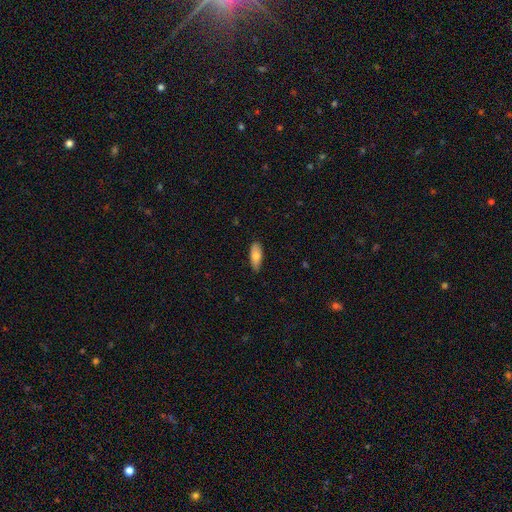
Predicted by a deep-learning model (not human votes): A smooth galaxy with no disk features (77%) that is in between round and cigar-shaped (74%).

Vote fractions:
- Smooth or featured? smooth: 77% / featured or disk: 17% / star or artifact: 6%
- How rounded? in between: 74% / cigar-shaped: 24% / round: 2%
- Merging? none: 84% / minor disturbance: 13% / major disturbance: 2% / merger: 1%